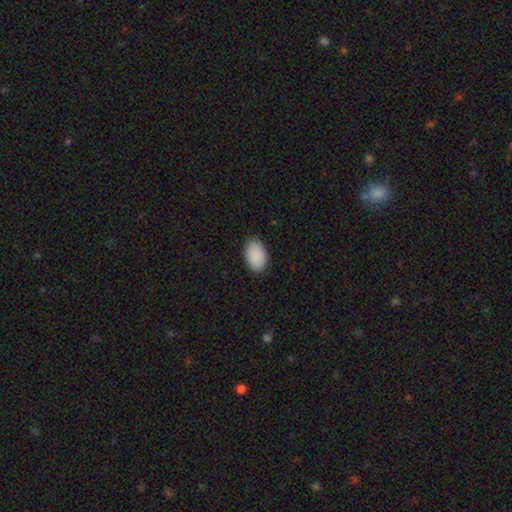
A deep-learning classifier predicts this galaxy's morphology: smooth 91%, star or artifact 7%, featured or disk 3%. Down the decision tree: how rounded — in between (92%); merging — none (88%).